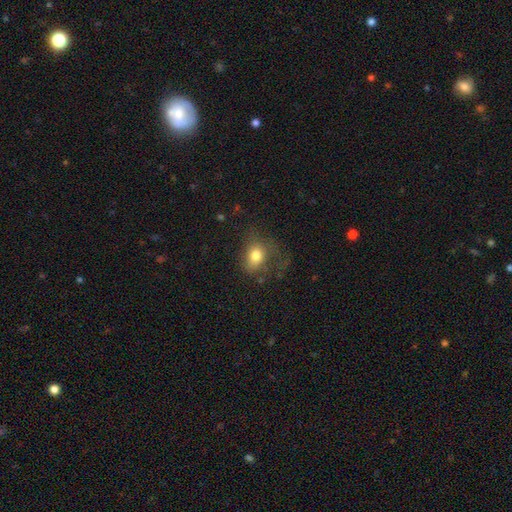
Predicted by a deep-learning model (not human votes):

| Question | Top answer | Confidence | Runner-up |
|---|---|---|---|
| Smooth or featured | smooth | 77% | featured or disk (12%) |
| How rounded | in between | 59% | round (40%) |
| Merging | none | 44% | major disturbance (28%) |